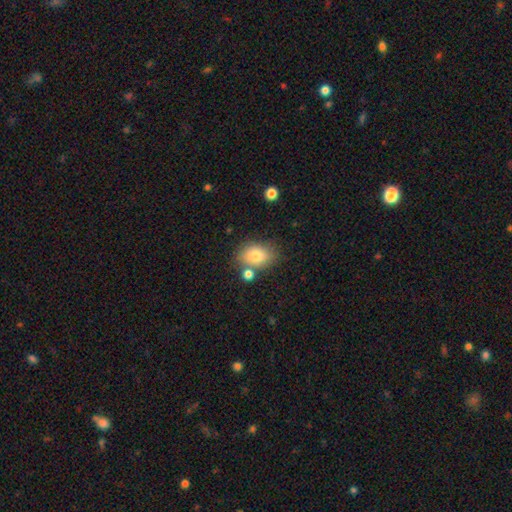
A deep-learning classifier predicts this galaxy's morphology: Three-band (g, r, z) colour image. It shows a smooth galaxy with no disk features (79%) that is in between round and cigar-shaped (78%). Merging: none (67%).